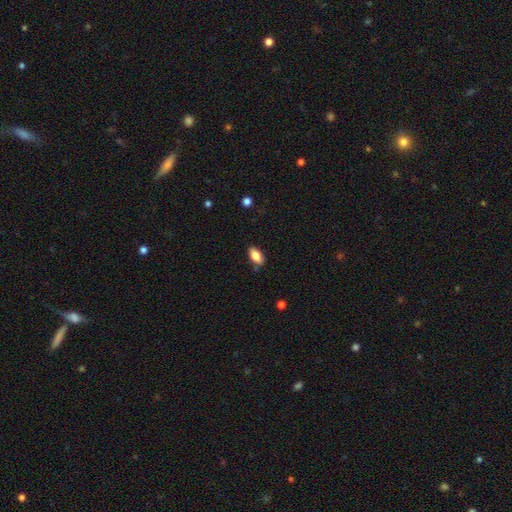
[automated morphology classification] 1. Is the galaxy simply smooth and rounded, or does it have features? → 80% smooth, 12% featured or disk, 7% star or artifact.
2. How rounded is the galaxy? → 90% in between, 6% cigar-shaped, 4% round.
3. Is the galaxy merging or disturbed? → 81% none, 15% minor disturbance, 3% major disturbance, 2% merger.